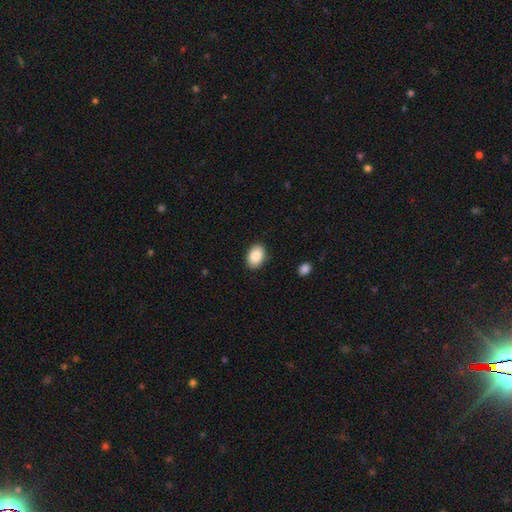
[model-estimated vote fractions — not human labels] A smooth galaxy with no disk features (86%) that is in between round and cigar-shaped (85%). Merging: none (89%).